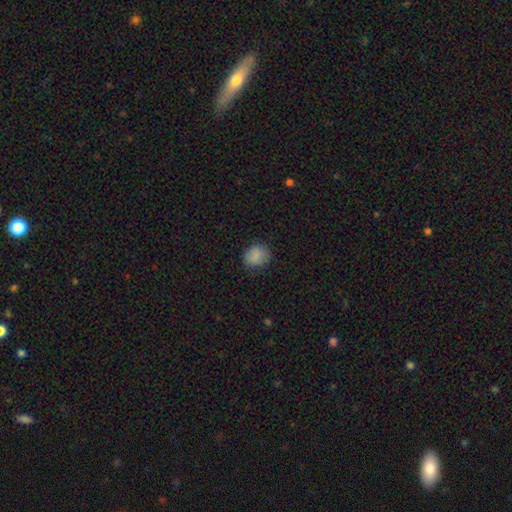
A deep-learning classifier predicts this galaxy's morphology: smooth 85%, star or artifact 9%, featured or disk 6%. Down the decision tree: how rounded — round (57%); merging — none (81%).